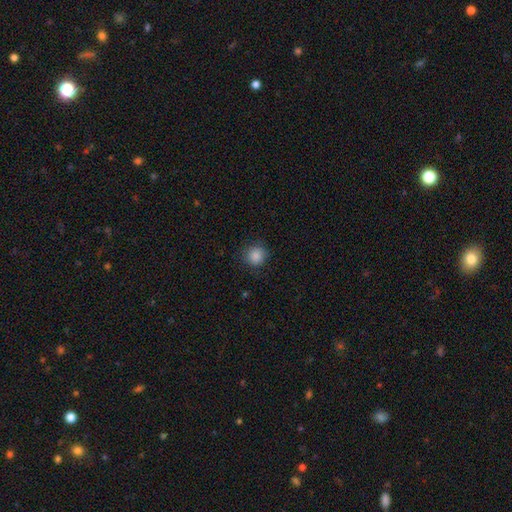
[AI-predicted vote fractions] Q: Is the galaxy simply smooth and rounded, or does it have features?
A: smooth — 87%.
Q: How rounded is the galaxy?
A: round — 92%.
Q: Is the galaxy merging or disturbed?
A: none — 87%.